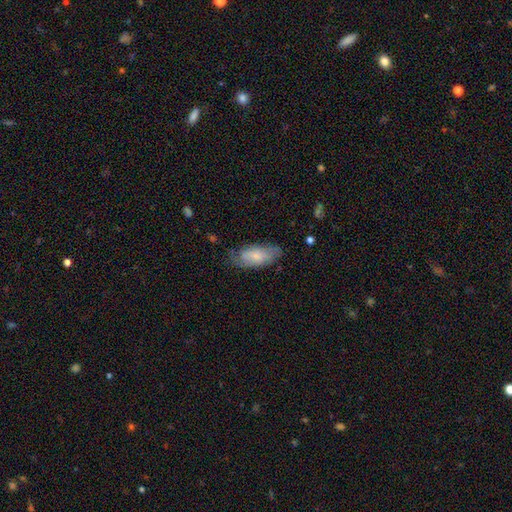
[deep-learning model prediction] smooth_or_featured: smooth (p=0.67) [alt: featured or disk p=0.27]
how_rounded: in between (p=0.86) [alt: cigar-shaped p=0.12]
merging: none (p=0.61) [alt: minor disturbance p=0.28]